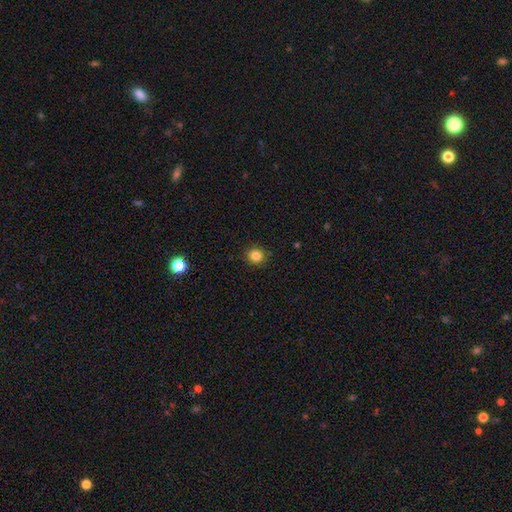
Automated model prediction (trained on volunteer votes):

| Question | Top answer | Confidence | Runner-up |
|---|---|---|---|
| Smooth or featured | smooth | 84% | star or artifact (12%) |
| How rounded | round | 91% | in between (8%) |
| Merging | none | 90% | minor disturbance (7%) |